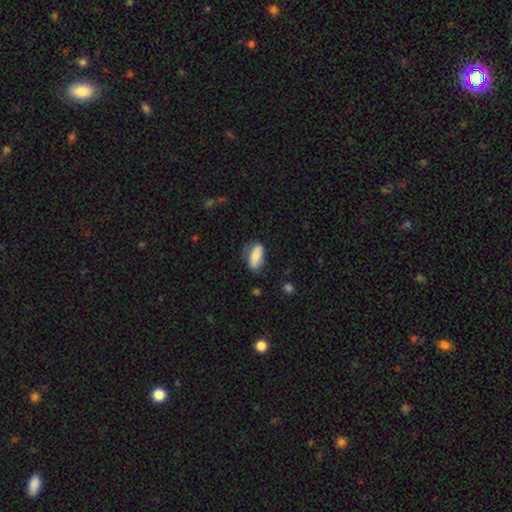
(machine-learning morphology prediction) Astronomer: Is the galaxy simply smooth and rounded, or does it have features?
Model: smooth — 80%.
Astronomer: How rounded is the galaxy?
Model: in between — 81%.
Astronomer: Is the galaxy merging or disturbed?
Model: none — 64%.